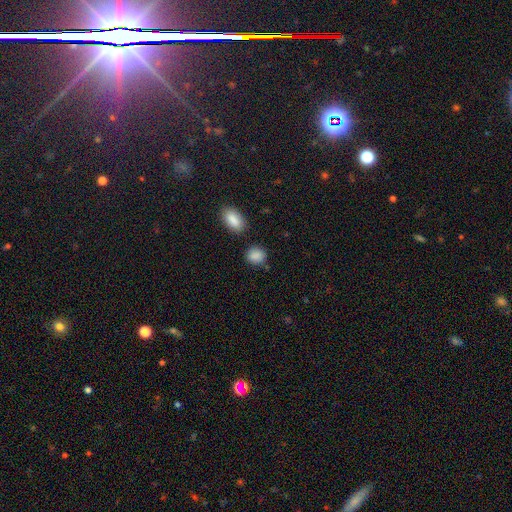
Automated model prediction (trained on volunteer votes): smooth_or_featured: smooth (p=0.88) [alt: star or artifact p=0.08]
how_rounded: round (p=0.57) [alt: in between p=0.41]
merging: none (p=0.76) [alt: minor disturbance p=0.14]